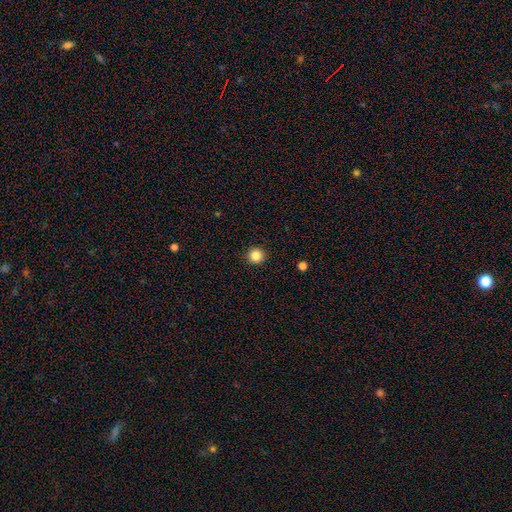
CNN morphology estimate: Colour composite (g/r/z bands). It shows a smooth galaxy with no disk features (85%) that is round (95%). Merging: none (93%).